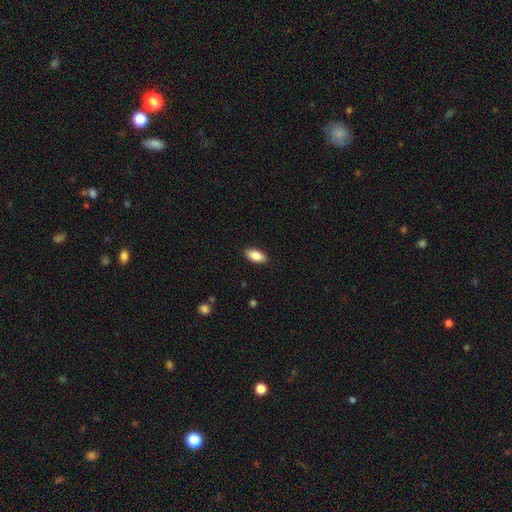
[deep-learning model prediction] This is clearly a smooth galaxy (85%). How rounded: clearly in between (91%). Merging: clearly none (89%).